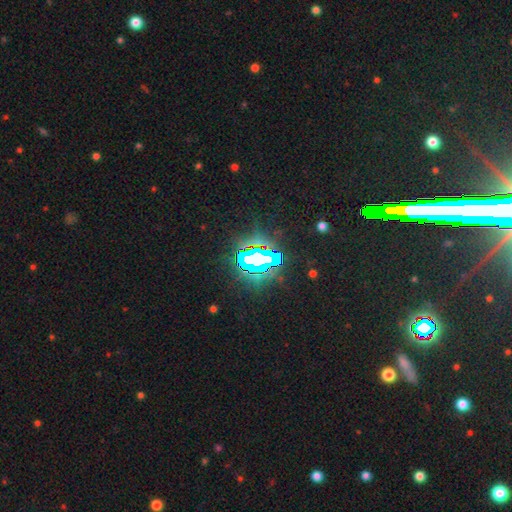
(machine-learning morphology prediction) smooth_or_featured: star or artifact (p=0.73) [alt: featured or disk p=0.14]